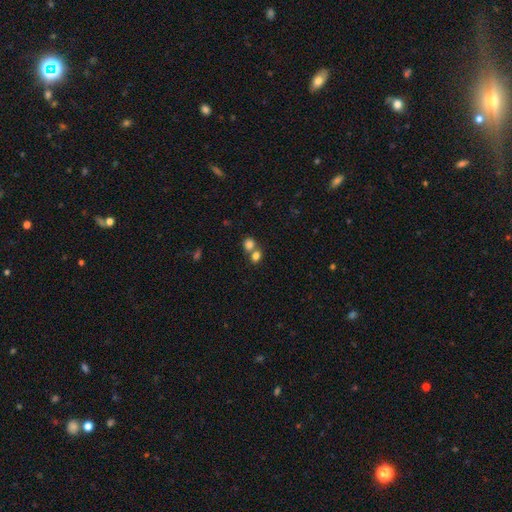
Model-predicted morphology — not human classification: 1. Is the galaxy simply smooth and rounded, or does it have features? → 79% smooth, 12% star or artifact, 9% featured or disk.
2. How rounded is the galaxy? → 54% round, 44% in between, 1% cigar-shaped.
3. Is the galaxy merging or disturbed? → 52% merger, 38% none, 7% minor disturbance, 3% major disturbance.